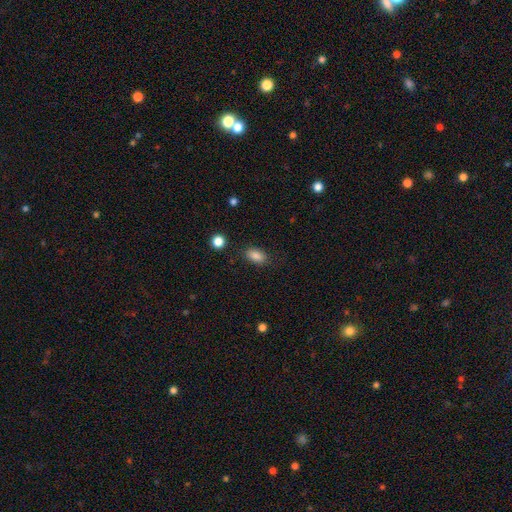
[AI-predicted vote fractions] Smooth or featured? smooth (86%)
How rounded? in between (88%)
Merging? none (83%)